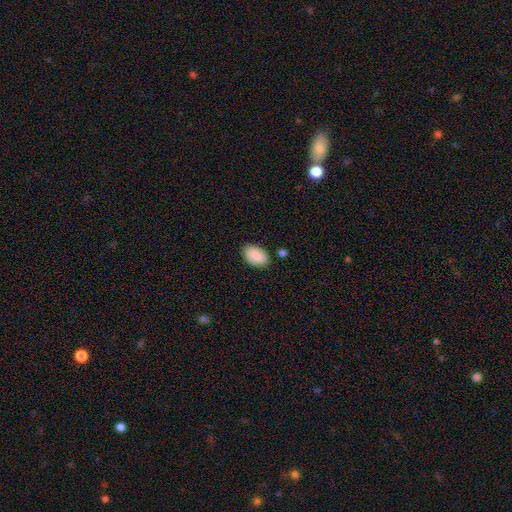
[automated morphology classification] The model was most divided on "merging": none: 78%, minor disturbance: 15%, merger: 3%, major disturbance: 3%. More confident: how rounded — in between (92%); smooth or featured — smooth (85%).